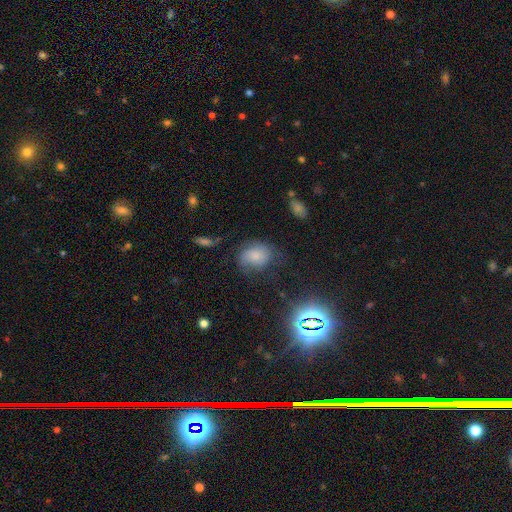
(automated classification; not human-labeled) The model was most divided on "how rounded": in between: 58%, round: 41%, cigar-shaped: 1%. More confident: smooth or featured — smooth (65%); merging — none (54%).